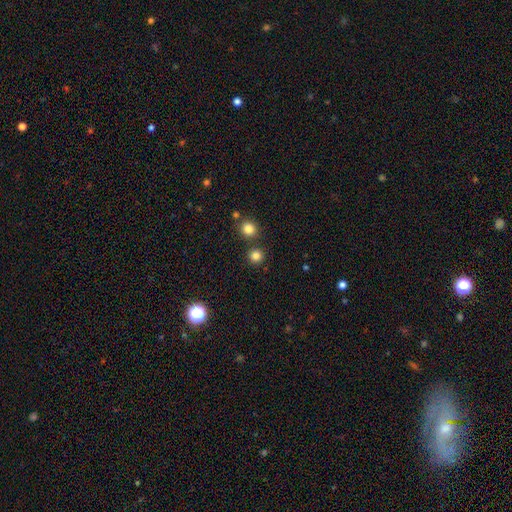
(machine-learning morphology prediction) A smooth galaxy with no disk features (81%) that is round (93%). Merging: none (83%).